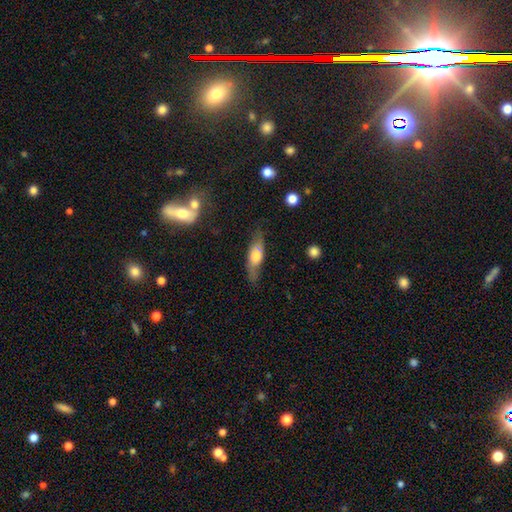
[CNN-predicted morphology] A smooth galaxy with no disk features (50%) that is cigar-shaped (50%).

Vote fractions:
- Smooth or featured? smooth: 50% / featured or disk: 43% / star or artifact: 6%
- How rounded? cigar-shaped: 50% / in between: 46% / round: 4%
- Merging? none: 75% / minor disturbance: 18% / major disturbance: 6% / merger: 2%